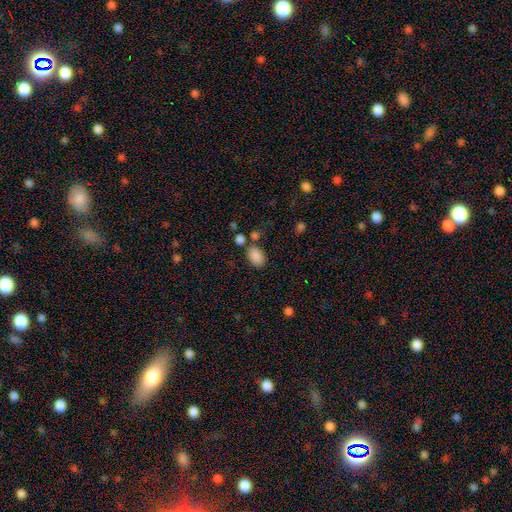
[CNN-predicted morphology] This appears to be a smooth galaxy with no disk features (87%) that is in between round and cigar-shaped (84%). Merging: none (70%).